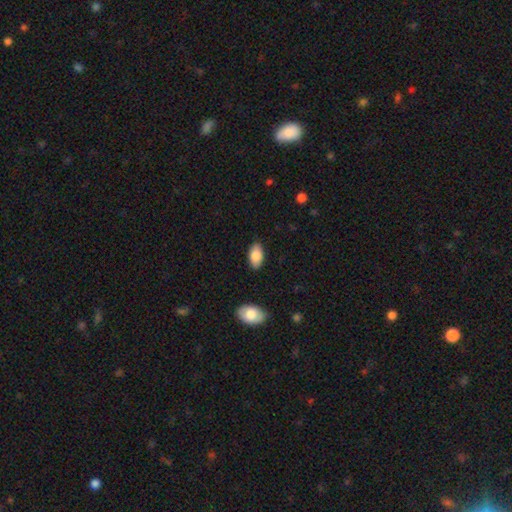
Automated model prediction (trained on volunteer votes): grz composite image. It shows a smooth galaxy with no disk features (84%) that is in between round and cigar-shaped (94%). Merging: none (87%).